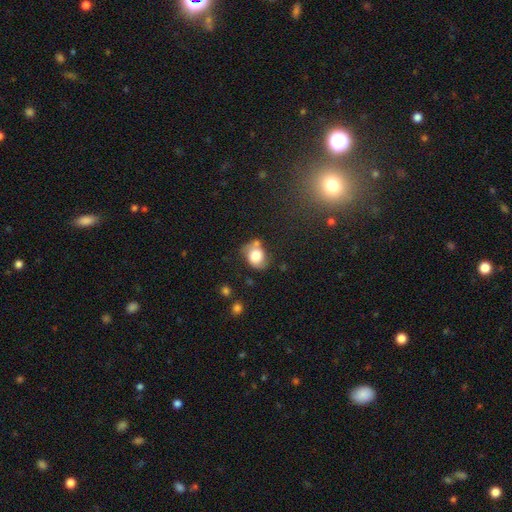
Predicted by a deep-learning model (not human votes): Morphology: type=smooth (74%); roundness=in between (60%); merging=none (51%).